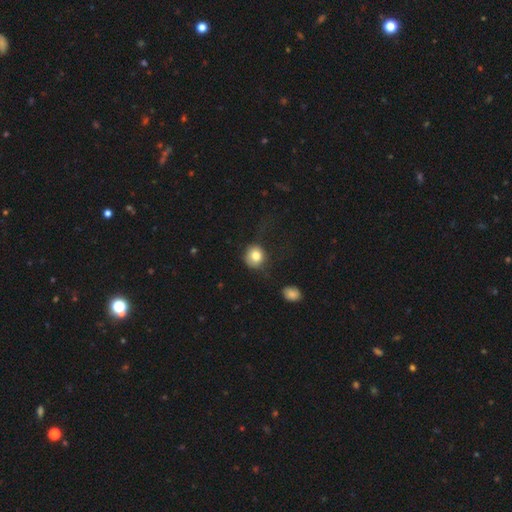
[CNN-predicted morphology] The model was most divided on "merging": none: 54%, minor disturbance: 24%, major disturbance: 18%, merger: 3%. More confident: how rounded — round (82%); smooth or featured — smooth (81%).